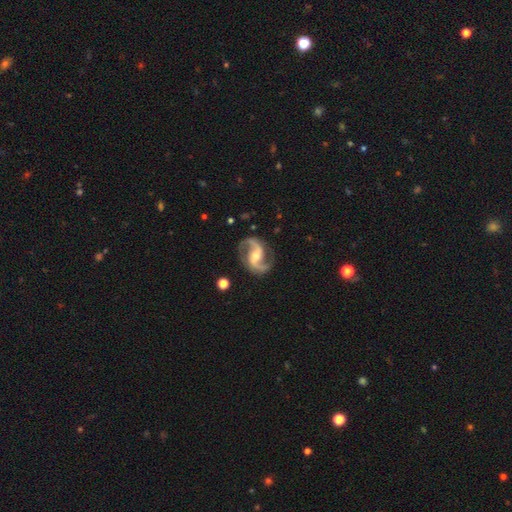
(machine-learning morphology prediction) featured or disk 93%, star or artifact 4%, smooth 3%. Down the decision tree: edge-on disk — no (98%); bar — weak (41%); spiral arms — yes (98%); spiral arm count — 2 (94%); spiral winding — medium (55%); bulge size — moderate (55%); merging — none (83%).